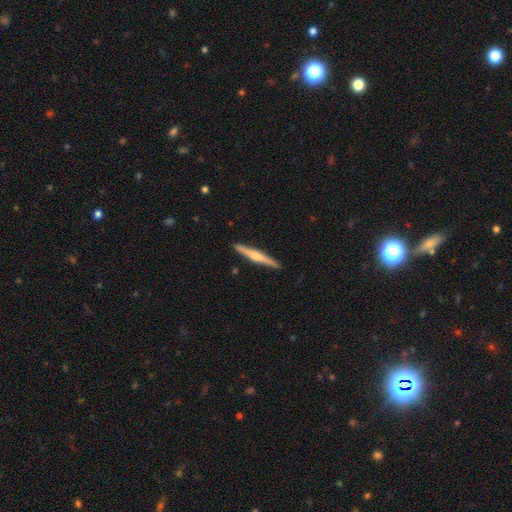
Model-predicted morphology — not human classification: Q: Smooth or featured?
A: featured or disk (61%); runner-up: smooth (34%)
Q: Edge-on disk?
A: yes (98%); runner-up: no (2%)
Q: Edge-on bulge?
A: rounded (69%); runner-up: none (16%)
Q: Merging?
A: none (92%); runner-up: minor disturbance (6%)